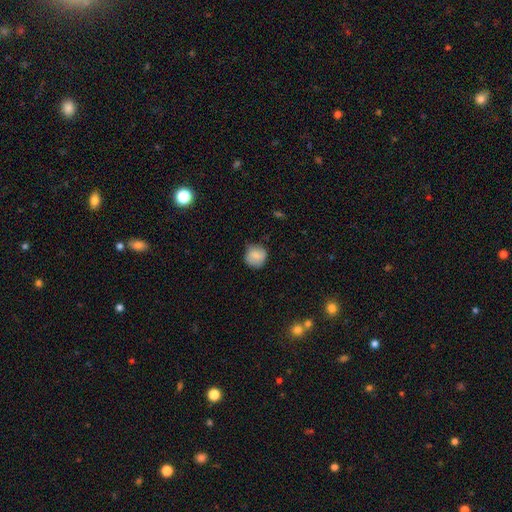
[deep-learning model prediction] Overall: smooth (81%). How rounded: round (88%). Merging: none (75%).